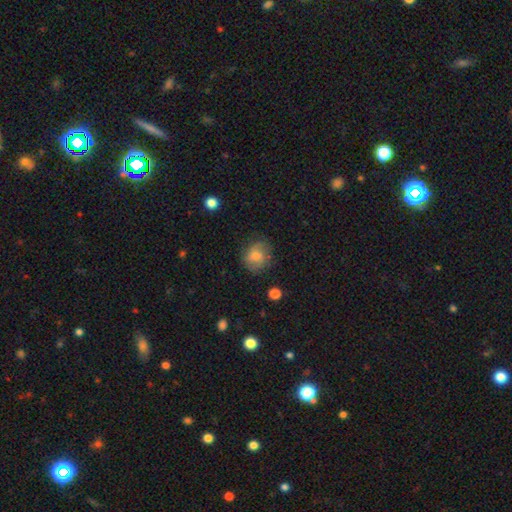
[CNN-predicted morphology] This appears to be a smooth galaxy with no disk features (67%) that is round (68%). Merging: none (71%).